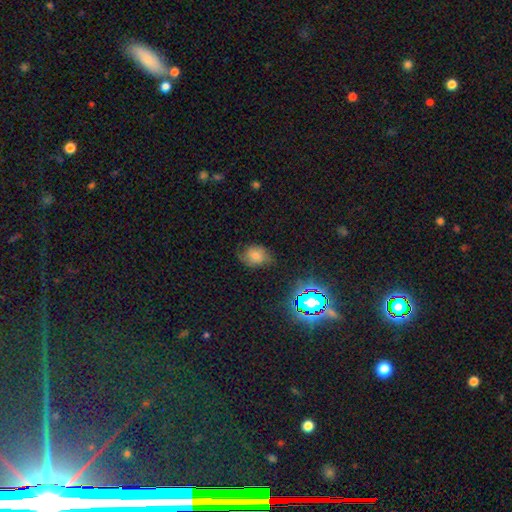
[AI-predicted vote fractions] smooth 64%, star or artifact 18%, featured or disk 17%. Down the decision tree: how rounded — in between (55%); merging — none (62%).